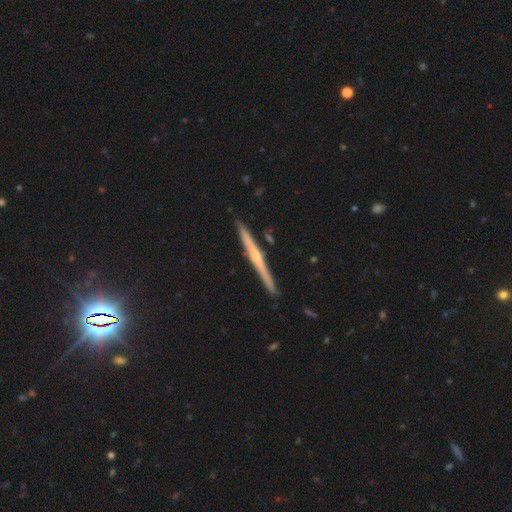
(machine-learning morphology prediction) This appears to be a featured or disk galaxy (73%) viewed edge-on (98%) with a rounded central bulge (62%). Merging: none (91%).